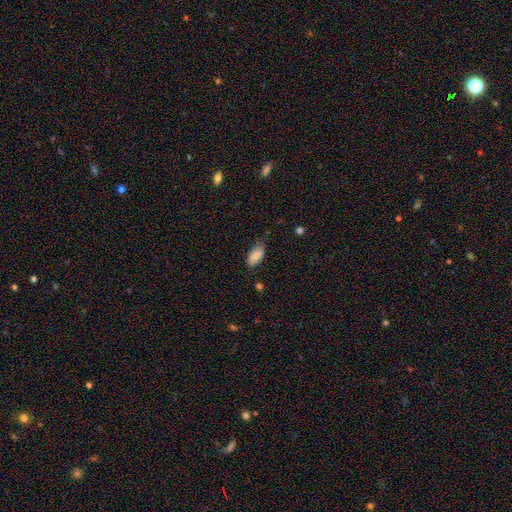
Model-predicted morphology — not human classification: The model was most divided on "merging": none: 70%, minor disturbance: 24%, major disturbance: 5%, merger: 2%. More confident: how rounded — in between (91%); smooth or featured — smooth (86%).